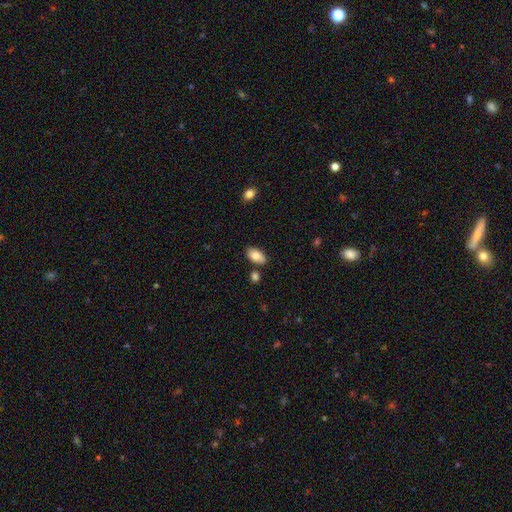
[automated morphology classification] Q: Smooth or featured?
A: smooth (82%); runner-up: featured or disk (11%)
Q: How rounded?
A: in between (94%); runner-up: round (4%)
Q: Merging?
A: none (77%); runner-up: minor disturbance (13%)